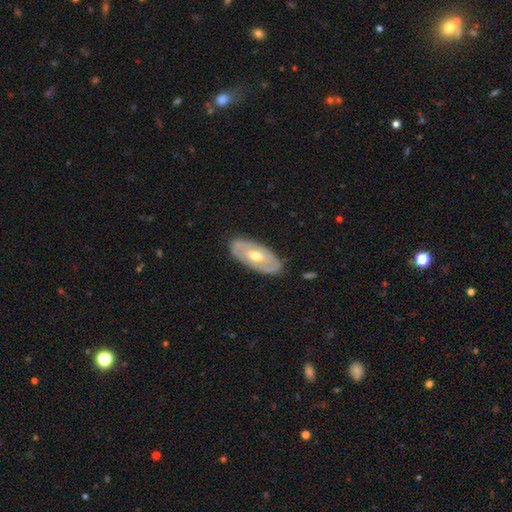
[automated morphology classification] Q: Smooth or featured?
A: featured or disk (73%); runner-up: smooth (23%)
Q: Edge-on disk?
A: no (88%); runner-up: yes (12%)
Q: Bar?
A: no (51%); runner-up: weak (35%)
Q: Spiral arms?
A: yes (56%); runner-up: no (44%)
Q: Bulge size?
A: moderate (73%); runner-up: small (17%)
Q: Merging?
A: none (85%); runner-up: minor disturbance (11%)